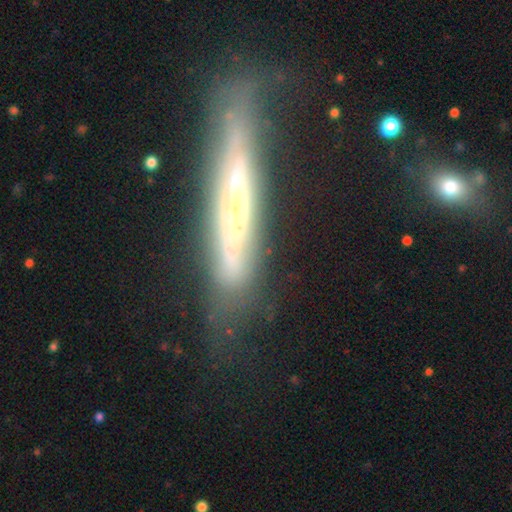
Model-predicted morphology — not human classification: smooth-or-featured: featured or disk: 73% | smooth: 19% | star or artifact: 8%
  disk-edge-on: yes: 80% | no: 20%
    edge-on-bulge: none: 60% | rounded: 26% | boxy: 13%
  merging: none: 61% | minor disturbance: 23% | major disturbance: 13% | merger: 3%